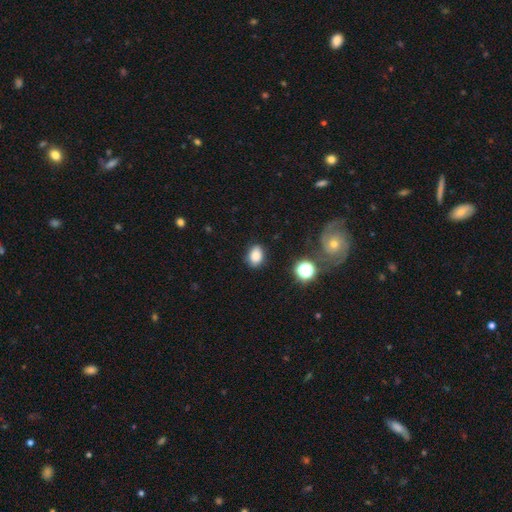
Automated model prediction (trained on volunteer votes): A smooth galaxy with no disk features (83%) that is in between round and cigar-shaped (72%). Merging: none (81%).